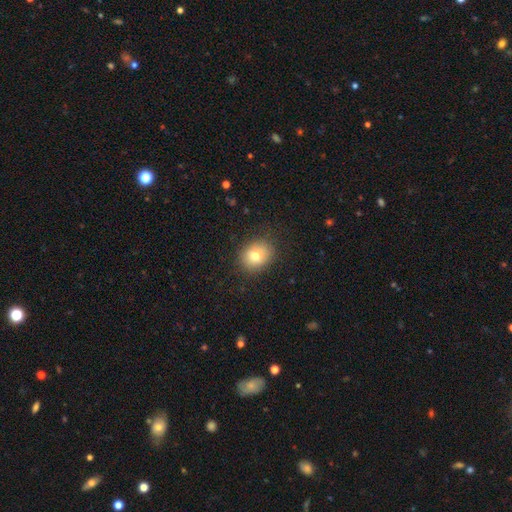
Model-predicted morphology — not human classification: smooth-or-featured: smooth: 77% | featured or disk: 12% | star or artifact: 11%
  how-rounded: round: 61% | in between: 39% | cigar-shaped: 1%
  merging: none: 84% | minor disturbance: 11% | major disturbance: 4% | merger: 1%